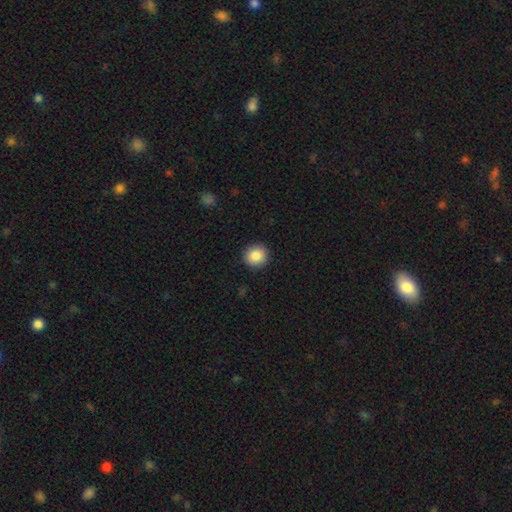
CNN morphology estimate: Overall: smooth (88%). How rounded: round (92%). Merging: none (92%).